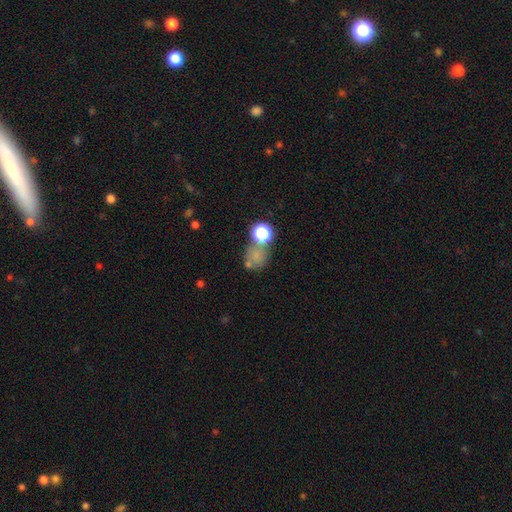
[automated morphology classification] type=smooth (61%); roundness=round (77%); merging=none (53%).